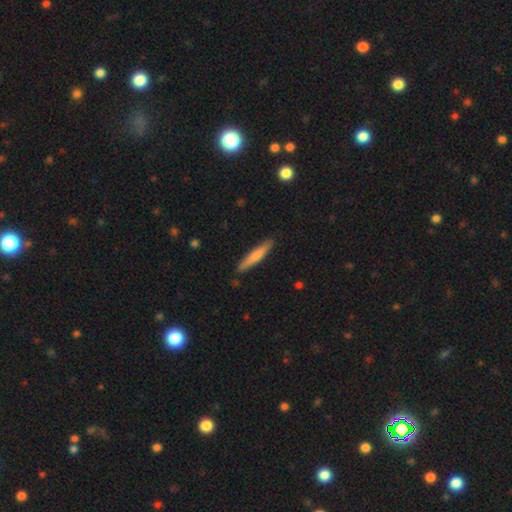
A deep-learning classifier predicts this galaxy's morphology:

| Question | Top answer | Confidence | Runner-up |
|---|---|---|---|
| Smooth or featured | smooth | 64% | featured or disk (30%) |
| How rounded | cigar-shaped | 92% | in between (7%) |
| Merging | none | 89% | minor disturbance (8%) |